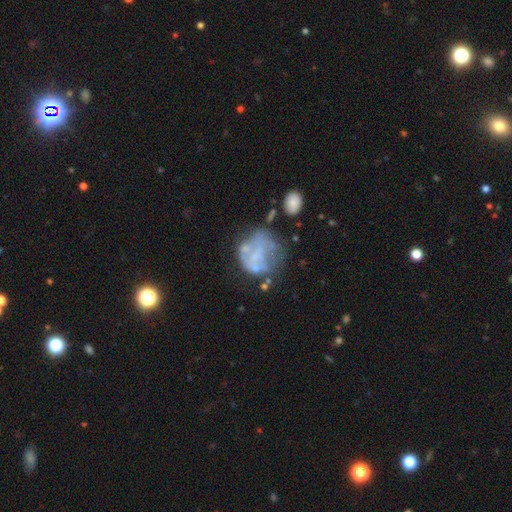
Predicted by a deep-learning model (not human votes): Smooth or featured?
  - featured or disk: 56% *
  - smooth: 31%
  - star or artifact: 13%
Edge-on disk?
  - no: 98% *
  - yes: 2%
Bar?
  - no: 85% *
  - weak: 11%
  - strong: 4%
Spiral arms?
  - no: 84% *
  - yes: 16%
Bulge size?
  - none: 73% *
  - small: 15%
  - moderate: 9%
  - large: 2%
  - dominant: 1%
Merging?
  - none: 38% *
  - major disturbance: 29%
  - minor disturbance: 22%
  - merger: 12%